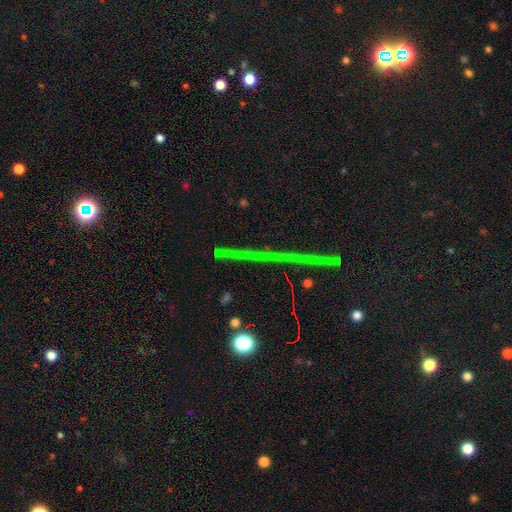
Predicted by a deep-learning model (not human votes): This appears to be a star or artifact, not a galaxy (74%).